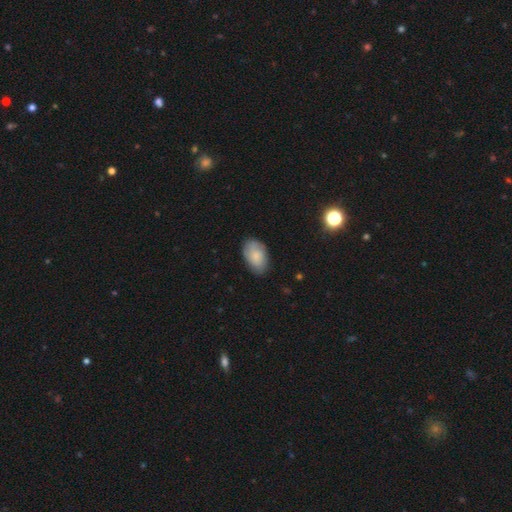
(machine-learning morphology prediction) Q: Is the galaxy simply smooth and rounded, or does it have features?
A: smooth — 72%.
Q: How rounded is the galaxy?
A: in between — 91%.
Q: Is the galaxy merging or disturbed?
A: none — 77%.